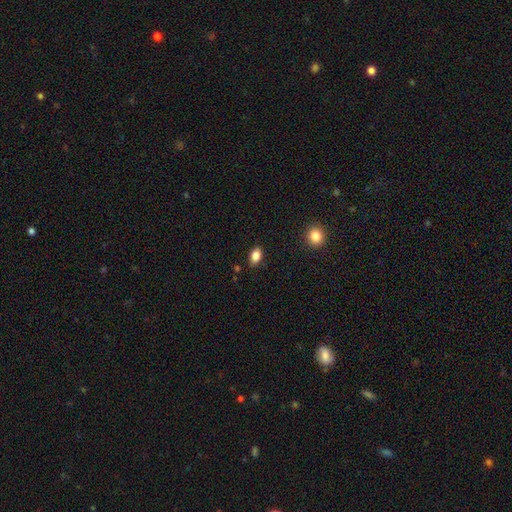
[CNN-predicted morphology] smooth 83%, star or artifact 9%, featured or disk 8%. Down the decision tree: how rounded — in between (87%); merging — none (85%).